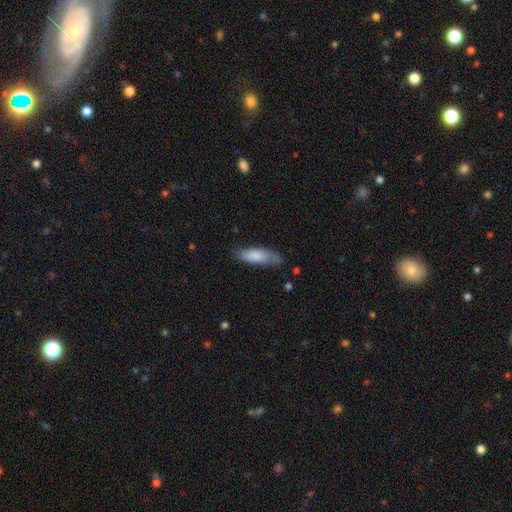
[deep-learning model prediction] Q: Smooth or featured?
A: smooth (77%); runner-up: featured or disk (17%)
Q: How rounded?
A: in between (59%); runner-up: cigar-shaped (39%)
Q: Merging?
A: none (61%); runner-up: minor disturbance (28%)